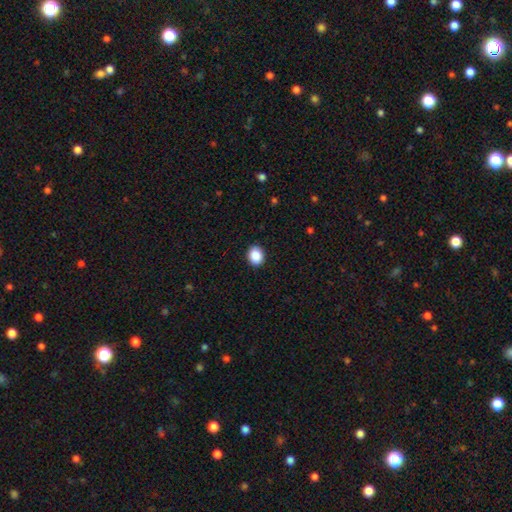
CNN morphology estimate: type=smooth (89%); roundness=round (54%); merging=none (91%).